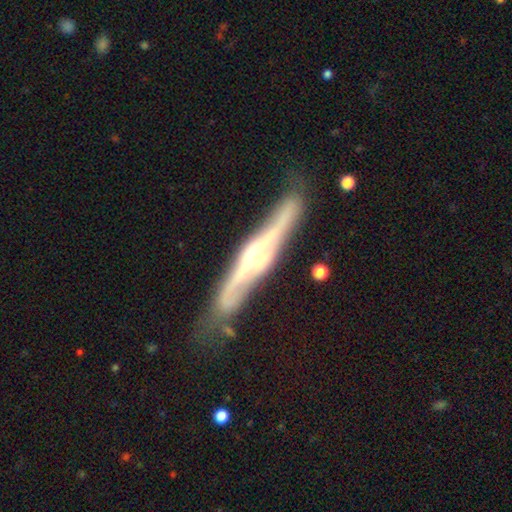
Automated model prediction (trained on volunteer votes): Smooth or featured? featured or disk (80%)
Edge-on disk? yes (83%)
Edge-on bulge? rounded (79%)
Merging? none (71%)